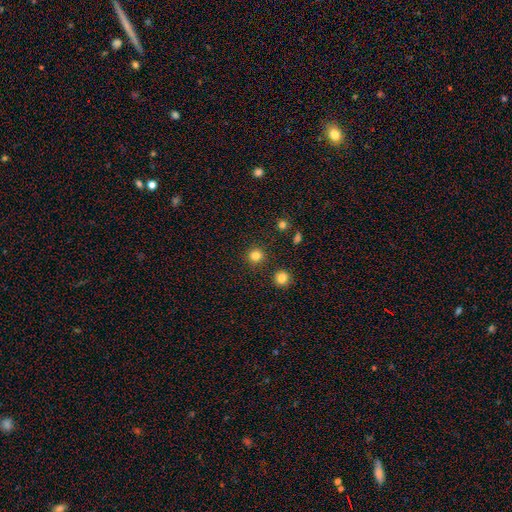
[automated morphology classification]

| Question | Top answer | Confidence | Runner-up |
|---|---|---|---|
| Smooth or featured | smooth | 83% | star or artifact (13%) |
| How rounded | round | 93% | in between (6%) |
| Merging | none | 90% | minor disturbance (5%) |